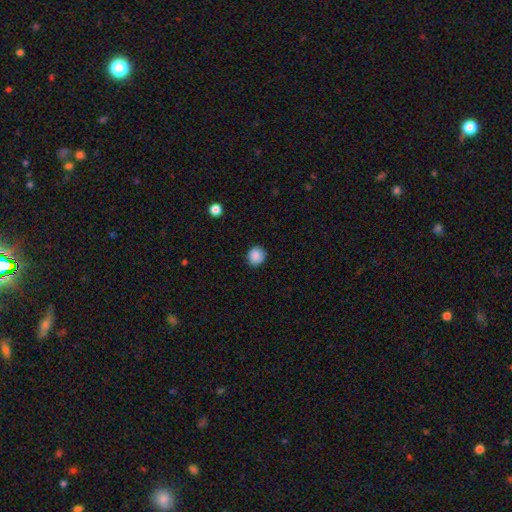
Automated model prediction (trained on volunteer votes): smooth-or-featured: smooth: 88% | star or artifact: 9% | featured or disk: 3%
  how-rounded: round: 88% | in between: 11% | cigar-shaped: 1%
  merging: none: 90% | minor disturbance: 7% | major disturbance: 2% | merger: 1%